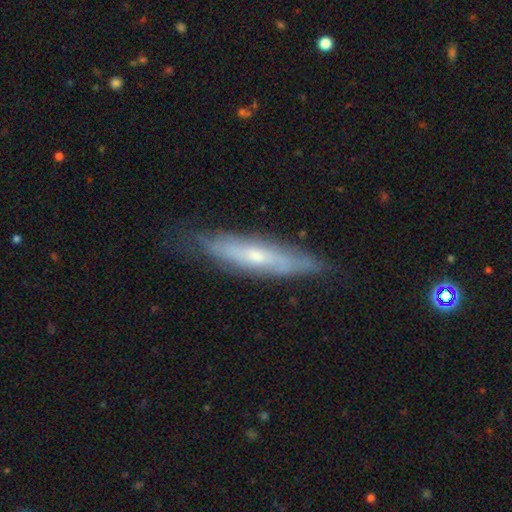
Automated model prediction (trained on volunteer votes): Smooth or featured?
  - featured or disk: 59% *
  - smooth: 34%
  - star or artifact: 7%
Edge-on disk?
  - yes: 60% *
  - no: 40%
Merging?
  - none: 73% *
  - minor disturbance: 21%
  - major disturbance: 5%
  - merger: 1%